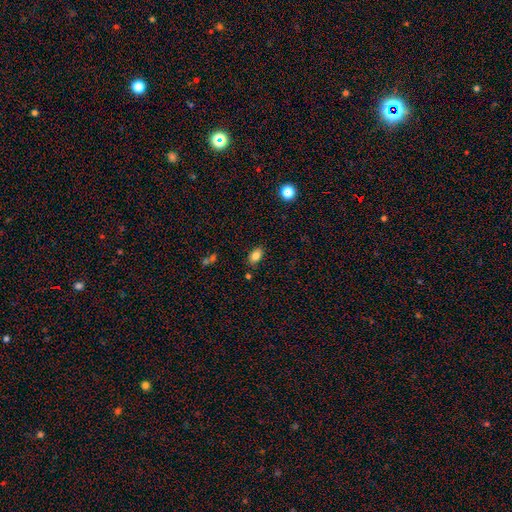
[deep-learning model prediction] smooth 83%, star or artifact 9%, featured or disk 8%. Down the decision tree: how rounded — in between (89%); merging — none (83%).